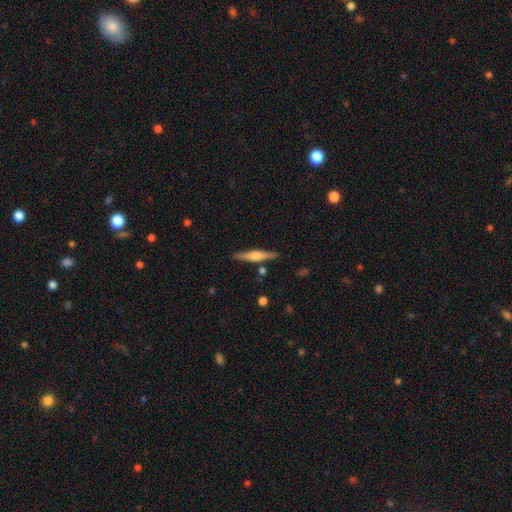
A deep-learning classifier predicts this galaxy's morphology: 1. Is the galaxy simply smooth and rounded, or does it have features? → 59% featured or disk, 35% smooth, 6% star or artifact.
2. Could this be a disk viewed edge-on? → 97% yes, 3% no.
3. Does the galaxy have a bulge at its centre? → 85% rounded, 8% boxy, 7% none.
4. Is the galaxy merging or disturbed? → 87% none, 8% minor disturbance, 3% merger, 2% major disturbance.